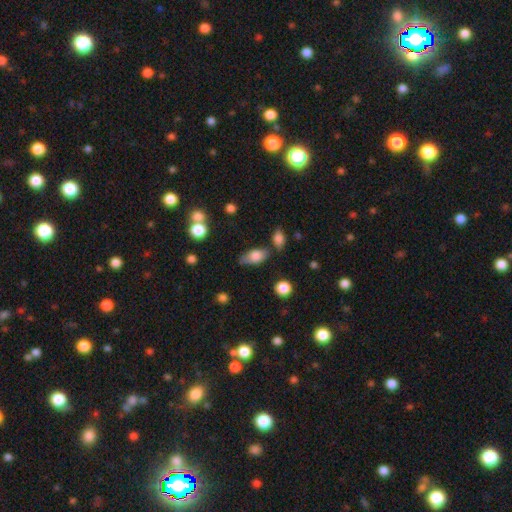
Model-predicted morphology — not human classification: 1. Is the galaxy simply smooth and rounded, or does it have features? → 76% smooth, 16% featured or disk, 8% star or artifact.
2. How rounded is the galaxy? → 89% in between, 6% cigar-shaped, 5% round.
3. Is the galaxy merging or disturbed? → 62% none, 24% minor disturbance, 8% merger, 6% major disturbance.